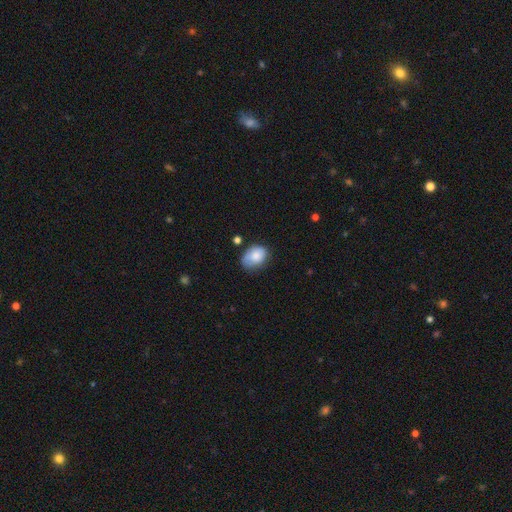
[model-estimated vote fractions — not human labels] This appears to be a smooth galaxy with no disk features (79%) that is in between round and cigar-shaped (76%). Merging: none (52%).